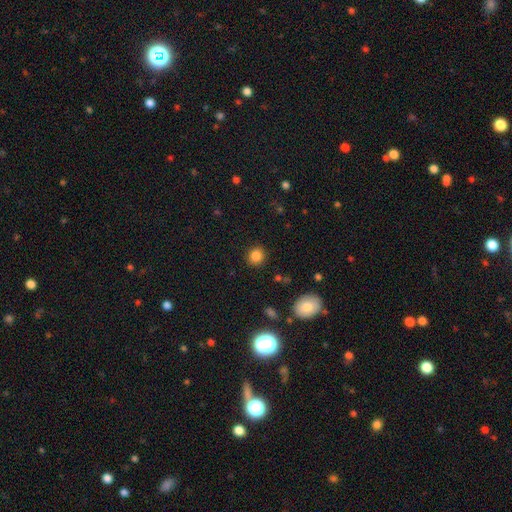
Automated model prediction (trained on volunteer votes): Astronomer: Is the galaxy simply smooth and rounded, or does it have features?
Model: smooth — 84%.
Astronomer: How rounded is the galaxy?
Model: round — 85%.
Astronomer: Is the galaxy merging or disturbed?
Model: none — 89%.